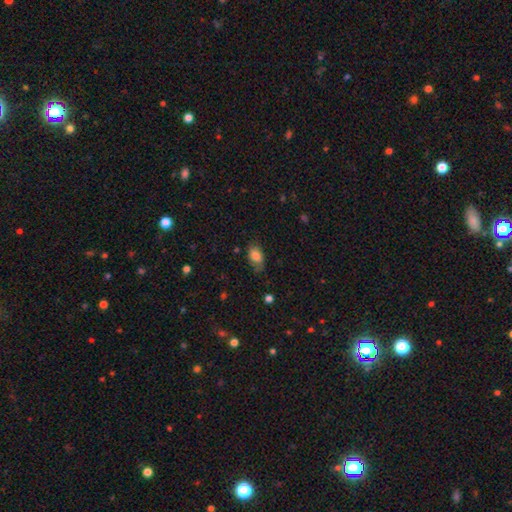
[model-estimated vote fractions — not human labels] Smooth or featured?
  - smooth: 80% *
  - featured or disk: 12%
  - star or artifact: 8%
How rounded?
  - in between: 89% *
  - round: 9%
  - cigar-shaped: 2%
Merging?
  - none: 65% *
  - minor disturbance: 26%
  - major disturbance: 7%
  - merger: 1%